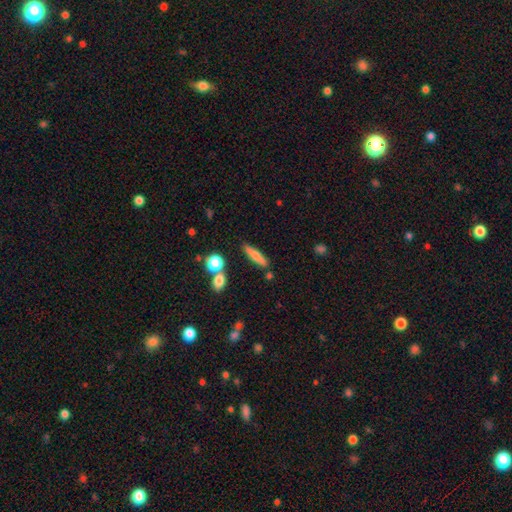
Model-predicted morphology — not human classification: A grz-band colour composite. It shows a smooth galaxy with no disk features (70%) that is cigar-shaped (78%). Merging: none (78%).